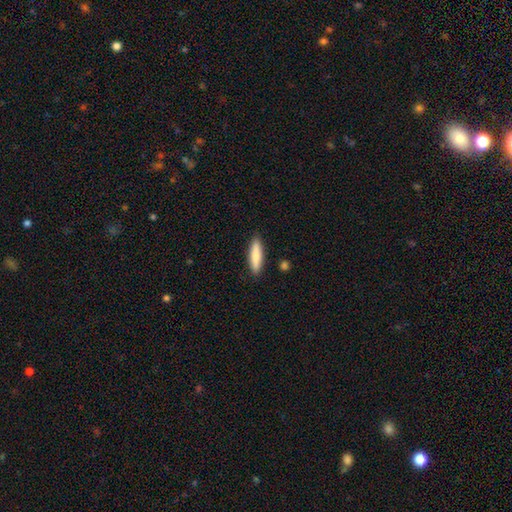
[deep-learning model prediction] This is clearly a smooth galaxy (82%). How rounded: likely cigar-shaped (75%). Merging: clearly none (88%).